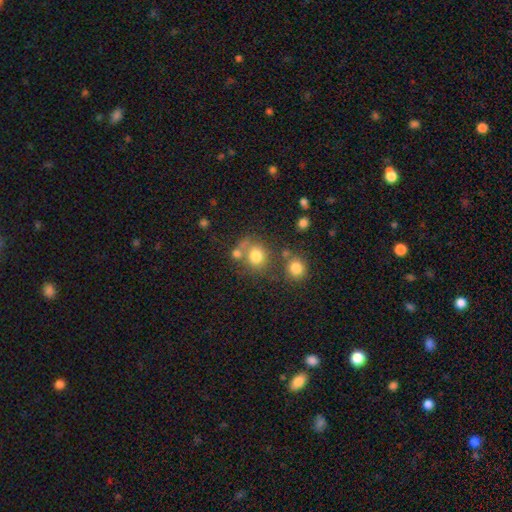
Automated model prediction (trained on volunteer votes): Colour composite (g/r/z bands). It shows a smooth galaxy with no disk features (76%) that is round (79%). Merging: none (58%).